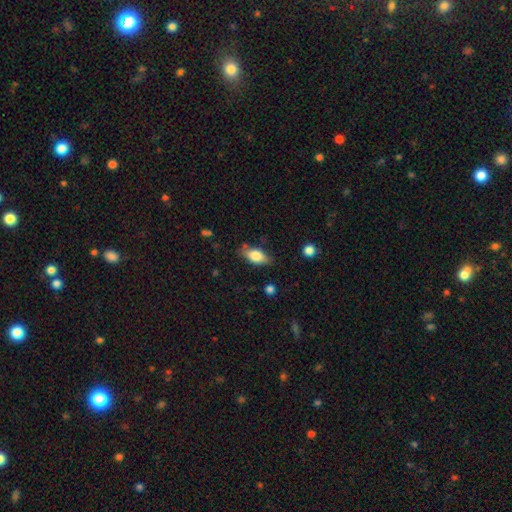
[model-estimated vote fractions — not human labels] smooth 74%, featured or disk 19%, star or artifact 7%. Down the decision tree: how rounded — in between (85%); merging — none (77%).